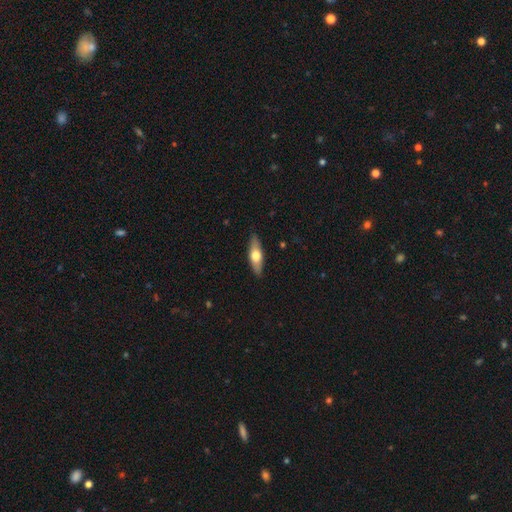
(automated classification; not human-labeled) This appears to be a smooth galaxy with no disk features (54%) that is in between round and cigar-shaped (53%). Merging: none (88%).